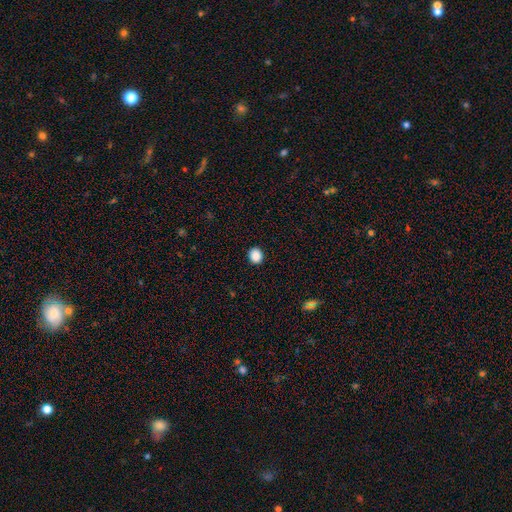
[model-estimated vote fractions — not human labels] Q: Smooth or featured?
A: smooth (88%); runner-up: star or artifact (9%)
Q: How rounded?
A: round (67%); runner-up: in between (32%)
Q: Merging?
A: none (91%); runner-up: minor disturbance (6%)